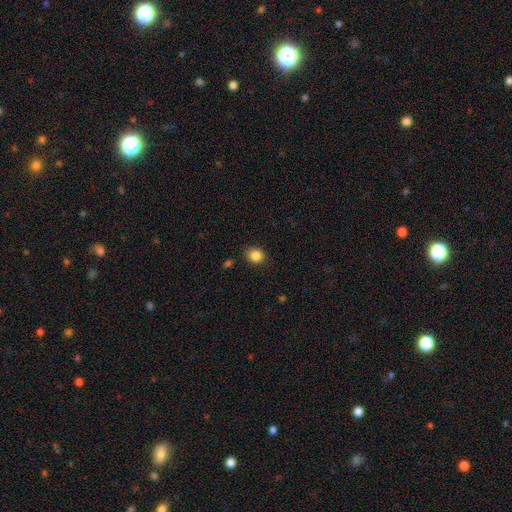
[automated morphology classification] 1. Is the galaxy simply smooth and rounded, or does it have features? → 85% smooth, 11% star or artifact, 5% featured or disk.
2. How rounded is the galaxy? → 67% round, 32% in between, 1% cigar-shaped.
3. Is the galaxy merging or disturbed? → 84% none, 12% minor disturbance, 3% major disturbance, 1% merger.